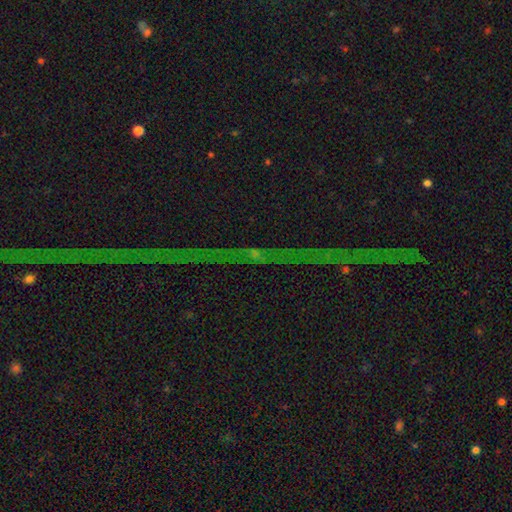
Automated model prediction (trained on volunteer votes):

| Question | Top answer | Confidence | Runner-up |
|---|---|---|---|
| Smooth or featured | star or artifact | 80% | featured or disk (13%) |